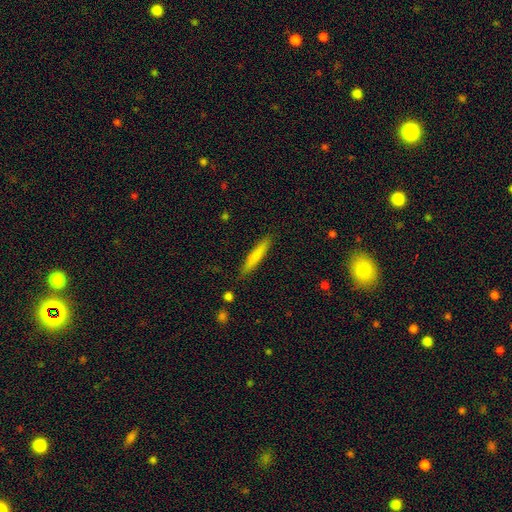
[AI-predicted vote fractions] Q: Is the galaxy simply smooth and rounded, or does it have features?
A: smooth — 76%.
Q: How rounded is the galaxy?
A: cigar-shaped — 93%.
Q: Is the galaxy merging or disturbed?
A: none — 87%.